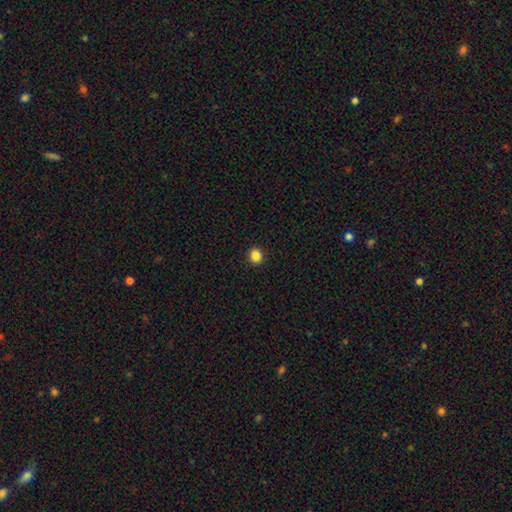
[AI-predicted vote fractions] Morphology: type=smooth (86%); roundness=round (81%); merging=none (92%).